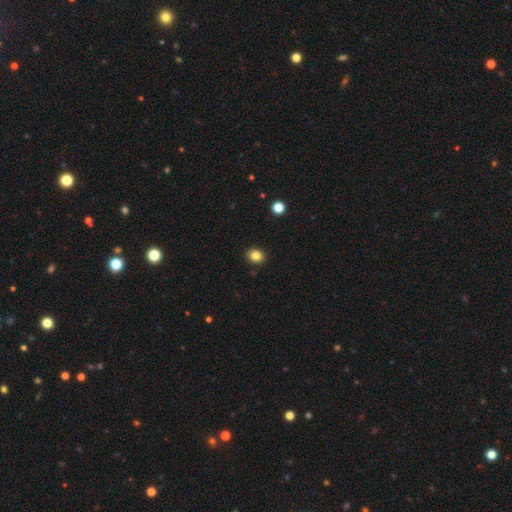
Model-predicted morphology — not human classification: Smooth or featured: smooth — 84% (star or artifact — 11%)
How rounded: round — 59% (in between — 40%)
Merging: none — 91% (minor disturbance — 6%)